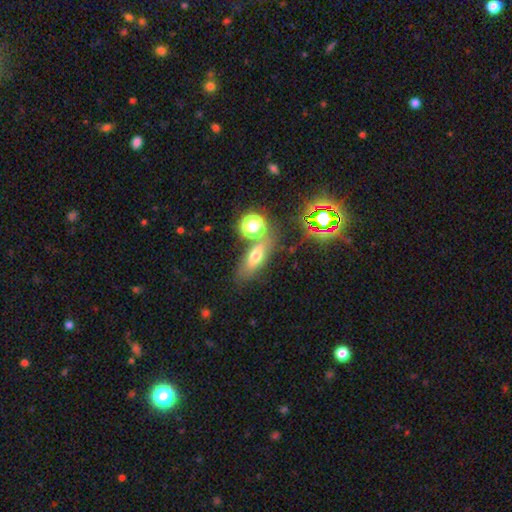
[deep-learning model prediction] smooth_or_featured: smooth (p=0.58) [alt: star or artifact p=0.22]
how_rounded: in between (p=0.59) [alt: cigar-shaped p=0.22]
merging: none (p=0.66) [alt: merger p=0.14]